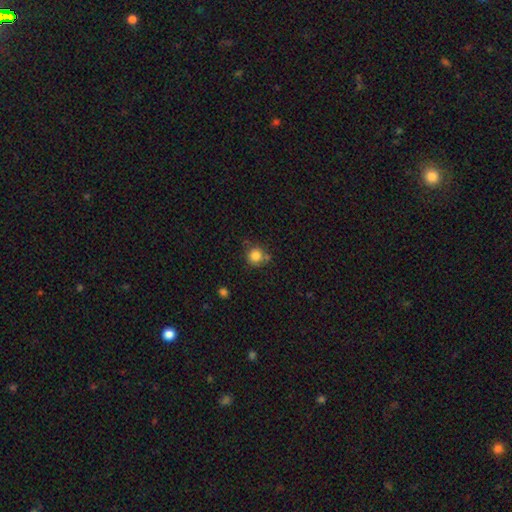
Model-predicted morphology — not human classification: Q: Smooth or featured?
A: smooth (83%); runner-up: star or artifact (11%)
Q: How rounded?
A: round (92%); runner-up: in between (7%)
Q: Merging?
A: none (69%); runner-up: minor disturbance (15%)